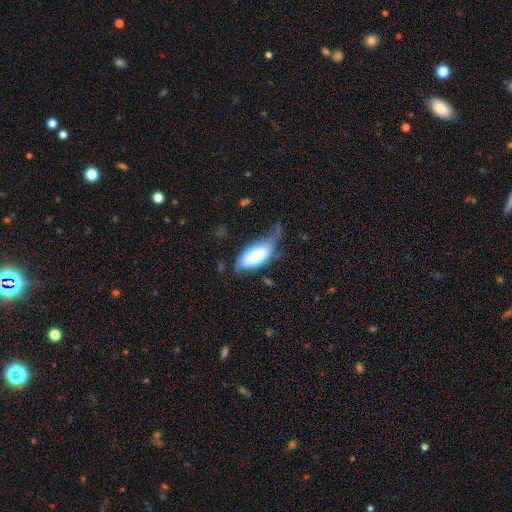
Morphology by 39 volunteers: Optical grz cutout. It shows a smooth galaxy with no disk features (79%) that is in between round and cigar-shaped (97%). Merging: minor disturbance (45%).